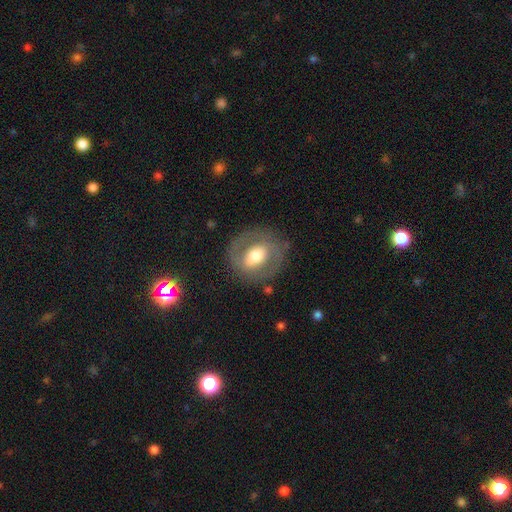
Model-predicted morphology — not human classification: featured or disk 58%, smooth 35%, star or artifact 6%. Down the decision tree: edge-on disk — no (95%); bar — weak (36%); spiral arms — no (54%); bulge size — moderate (55%); merging — none (79%).